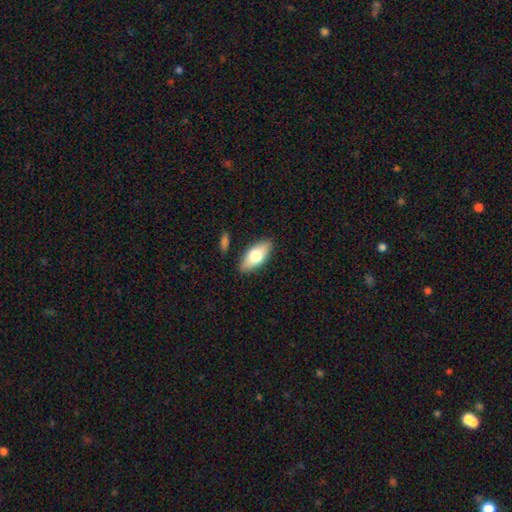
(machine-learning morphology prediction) The model was most divided on "smooth or featured": smooth: 70%, featured or disk: 24%, star or artifact: 6%. More confident: how rounded — in between (86%); merging — none (86%).